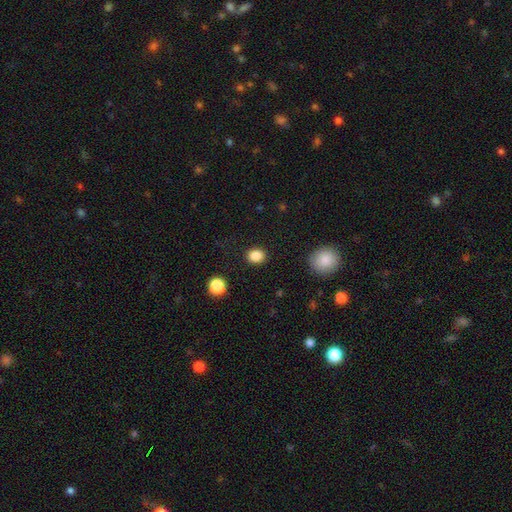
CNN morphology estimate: A smooth galaxy with no disk features (87%) that is round (63%). Merging: none (89%).